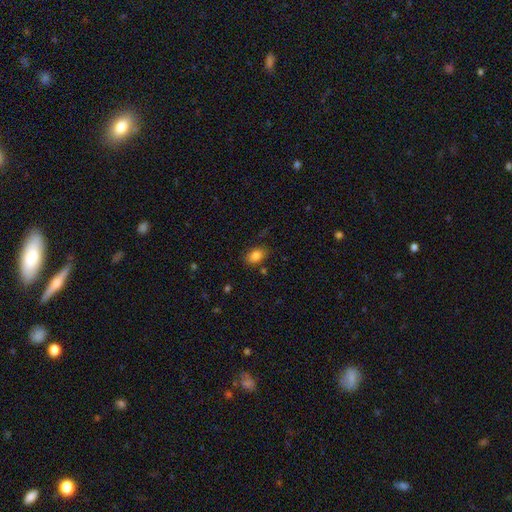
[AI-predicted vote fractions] This is clearly a smooth galaxy (83%). How rounded: clearly in between (81%). Merging: likely none (79%).